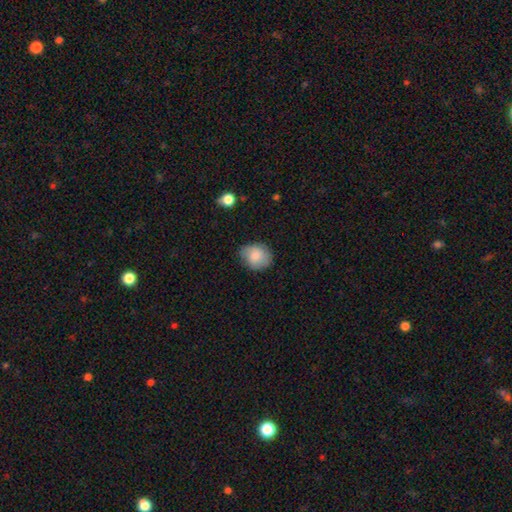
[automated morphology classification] A smooth galaxy with no disk features (81%) that is round (55%).

Vote fractions:
- Smooth or featured? smooth: 81% / featured or disk: 11% / star or artifact: 8%
- How rounded? round: 55% / in between: 44% / cigar-shaped: 1%
- Merging? none: 66% / minor disturbance: 27% / major disturbance: 5% / merger: 1%